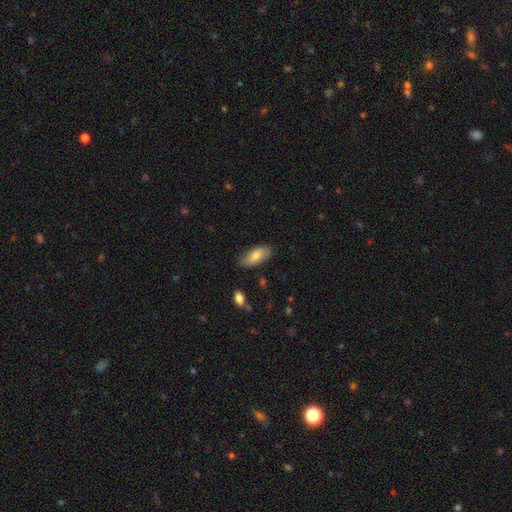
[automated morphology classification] Overall: smooth (77%). How rounded: in between (88%). Merging: none (80%).